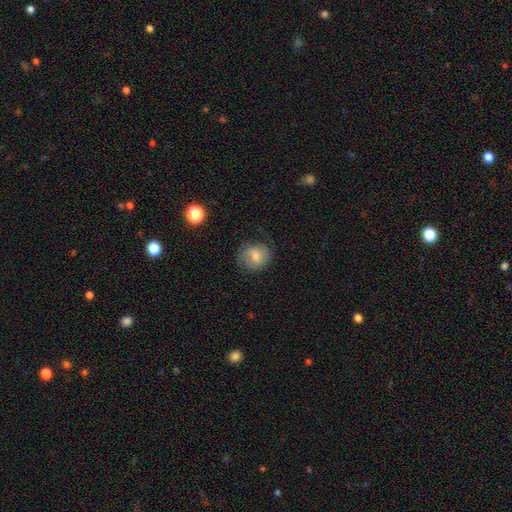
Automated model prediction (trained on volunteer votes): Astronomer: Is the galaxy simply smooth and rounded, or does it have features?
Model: smooth — 61%.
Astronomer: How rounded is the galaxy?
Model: round — 75%.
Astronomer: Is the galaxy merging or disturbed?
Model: none — 65%.